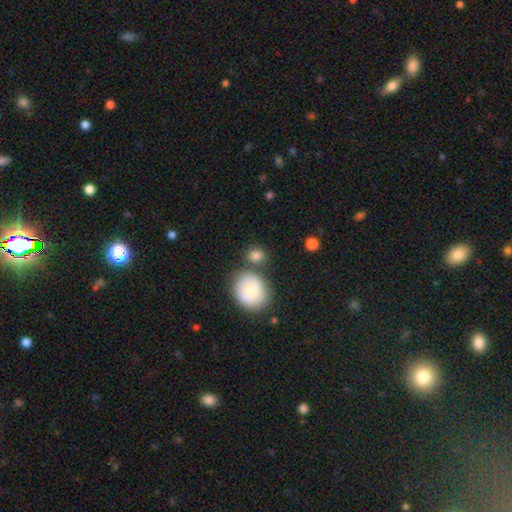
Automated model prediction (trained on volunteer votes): The model was most divided on "how rounded": round: 74%, in between: 25%, cigar-shaped: 1%. More confident: smooth or featured — smooth (81%); merging — none (66%).